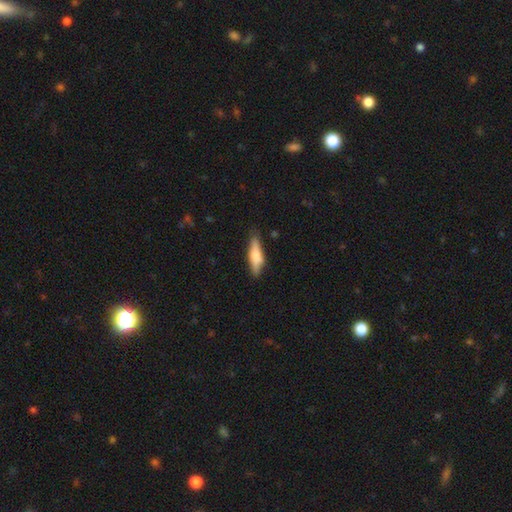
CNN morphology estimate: Q: Smooth or featured?
A: smooth (59%); runner-up: featured or disk (35%)
Q: How rounded?
A: cigar-shaped (66%); runner-up: in between (32%)
Q: Merging?
A: none (81%); runner-up: minor disturbance (14%)